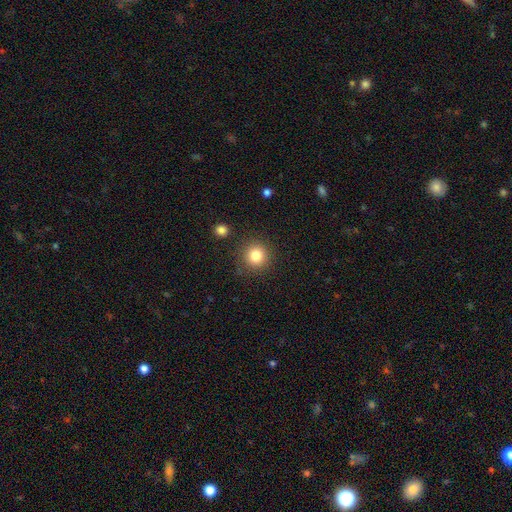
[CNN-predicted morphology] Smooth or featured?
  - smooth: 82% *
  - star or artifact: 11%
  - featured or disk: 7%
How rounded?
  - round: 93% *
  - in between: 6%
  - cigar-shaped: 1%
Merging?
  - none: 87% *
  - minor disturbance: 8%
  - major disturbance: 3%
  - merger: 3%